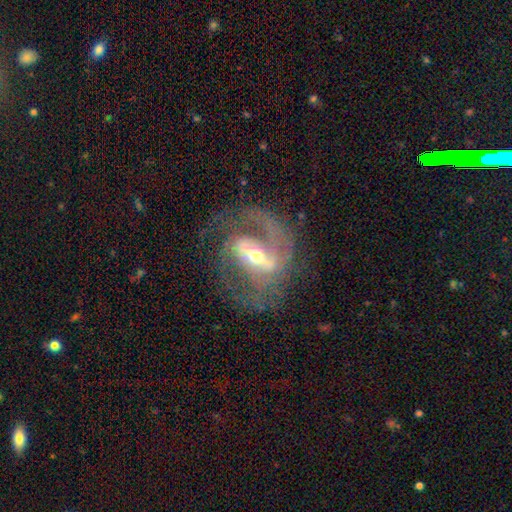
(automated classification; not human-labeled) smooth_or_featured: featured or disk (p=0.87) [alt: smooth p=0.07]
disk_edge_on: no (p=0.96) [alt: yes p=0.04]
bar: strong (p=0.54) [alt: weak p=0.33]
has_spiral_arms: yes (p=0.92) [alt: no p=0.08]
spiral_winding: medium (p=0.51) [alt: loose p=0.27]
spiral_arm_count: 2 (p=0.65) [alt: 1 p=0.17]
bulge_size: moderate (p=0.54) [alt: small p=0.39]
merging: none (p=0.59) [alt: major disturbance p=0.22]